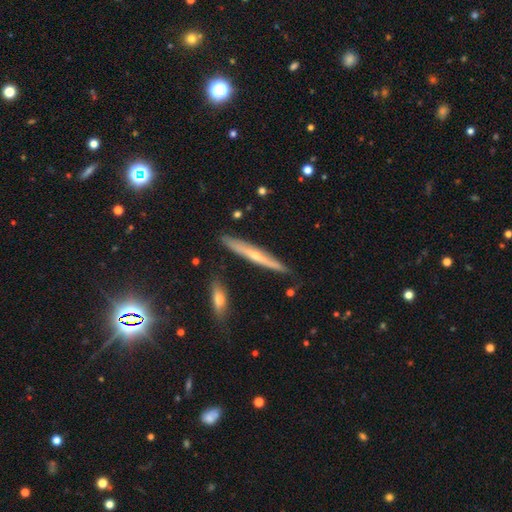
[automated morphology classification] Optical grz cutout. It shows a featured or disk galaxy (64%) viewed edge-on (94%) with a rounded central bulge (73%). Merging: none (86%).